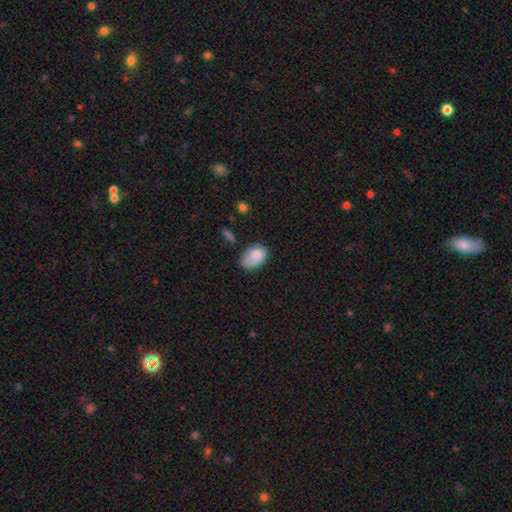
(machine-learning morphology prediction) smooth_or_featured: smooth (p=0.81) [alt: featured or disk p=0.12]
how_rounded: in between (p=0.86) [alt: round p=0.13]
merging: none (p=0.52) [alt: minor disturbance p=0.31]